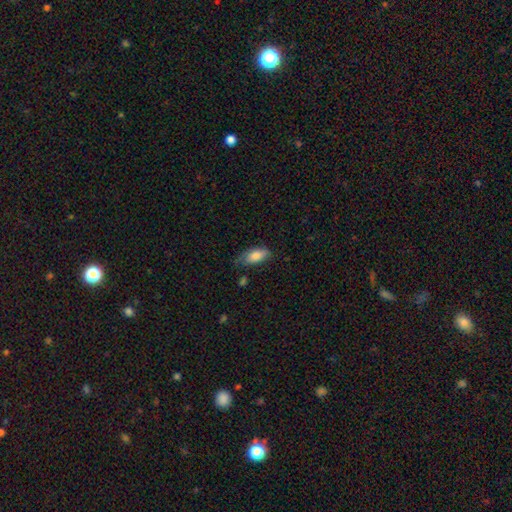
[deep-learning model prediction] smooth_or_featured: smooth (p=0.82) [alt: featured or disk p=0.12]
how_rounded: in between (p=0.87) [alt: cigar-shaped p=0.11]
merging: none (p=0.54) [alt: minor disturbance p=0.34]